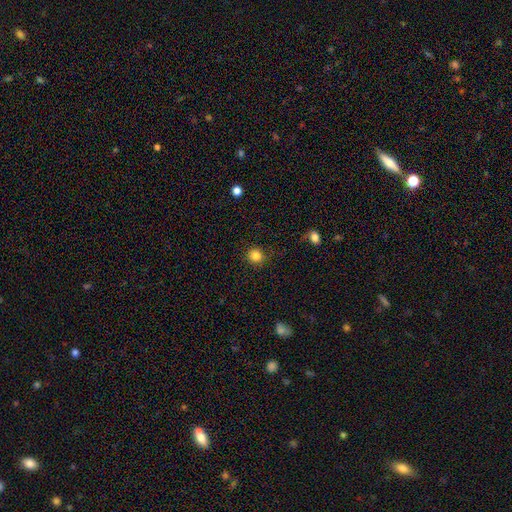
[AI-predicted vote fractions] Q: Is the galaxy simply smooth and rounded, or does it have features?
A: smooth — 84%.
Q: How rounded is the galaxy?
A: round — 93%.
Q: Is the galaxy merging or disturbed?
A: none — 87%.